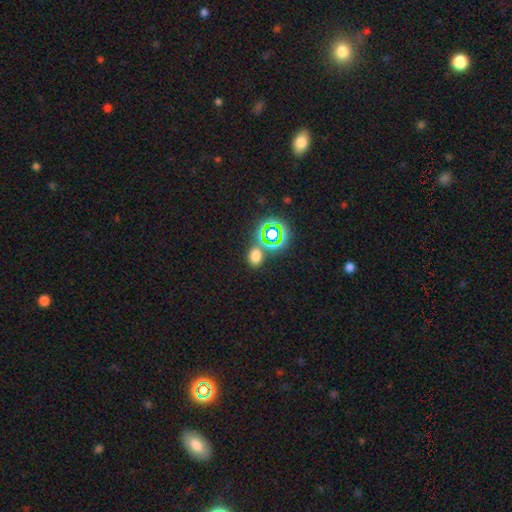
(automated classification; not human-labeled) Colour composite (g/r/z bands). It shows a smooth galaxy with no disk features (62%) that is in between round and cigar-shaped (58%). Merging: none (73%).